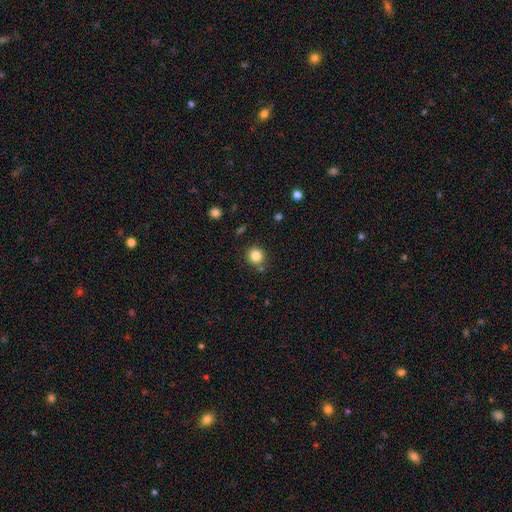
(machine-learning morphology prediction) Q: Smooth or featured?
A: smooth (83%); runner-up: star or artifact (12%)
Q: How rounded?
A: round (90%); runner-up: in between (9%)
Q: Merging?
A: none (81%); runner-up: minor disturbance (10%)